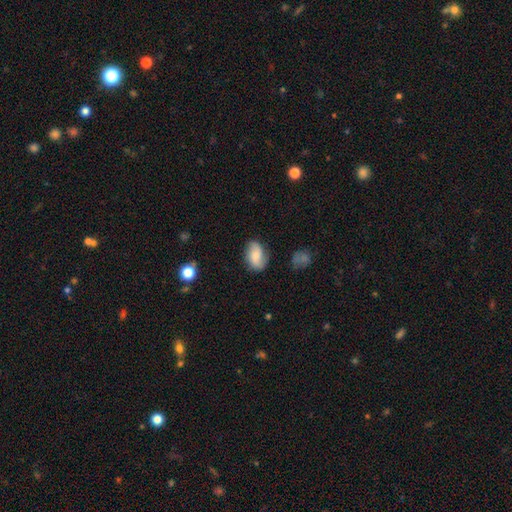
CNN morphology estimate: smooth_or_featured: smooth (p=0.62) [alt: featured or disk p=0.30]
how_rounded: in between (p=0.87) [alt: round p=0.11]
merging: none (p=0.71) [alt: minor disturbance p=0.21]